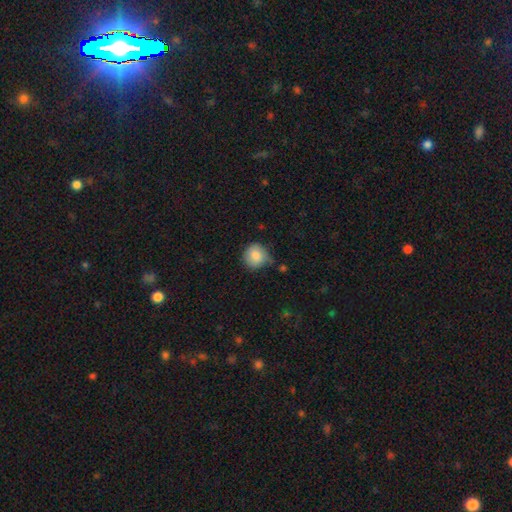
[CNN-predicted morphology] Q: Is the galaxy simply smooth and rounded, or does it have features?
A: smooth — 83%.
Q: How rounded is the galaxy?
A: round — 89%.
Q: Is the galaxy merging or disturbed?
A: none — 67%.